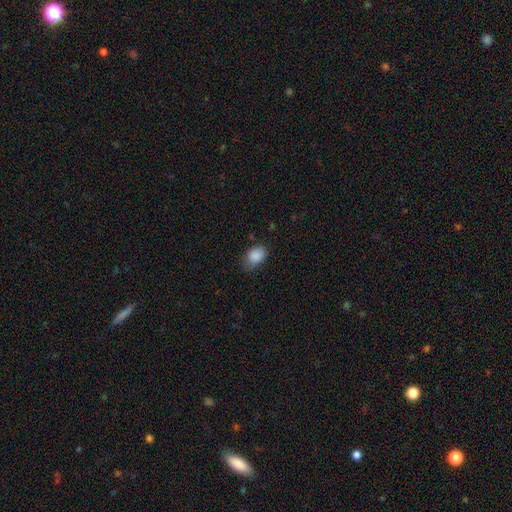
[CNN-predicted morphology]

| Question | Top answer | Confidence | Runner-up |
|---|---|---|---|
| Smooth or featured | smooth | 88% | star or artifact (8%) |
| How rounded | in between | 77% | round (22%) |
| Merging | none | 66% | minor disturbance (27%) |